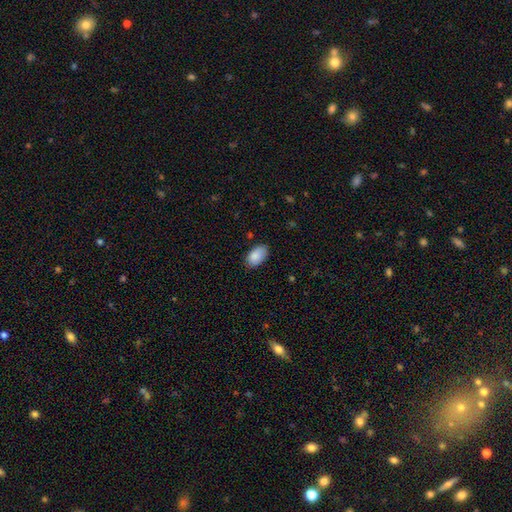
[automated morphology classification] Smooth or featured?
  - smooth: 88% *
  - star or artifact: 6%
  - featured or disk: 6%
How rounded?
  - in between: 94% *
  - round: 4%
  - cigar-shaped: 1%
Merging?
  - none: 80% *
  - minor disturbance: 16%
  - major disturbance: 3%
  - merger: 1%